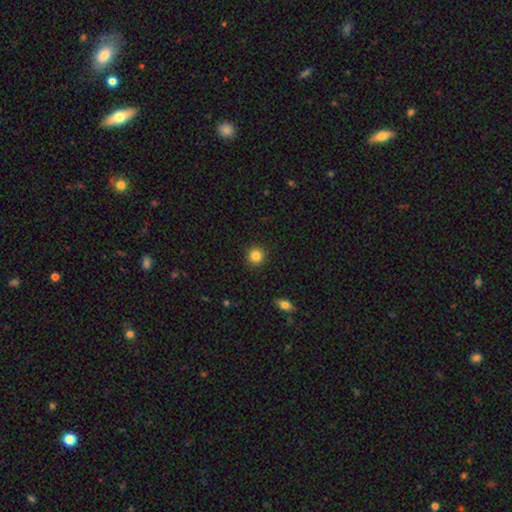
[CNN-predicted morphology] Q: Smooth or featured?
A: smooth (85%); runner-up: star or artifact (11%)
Q: How rounded?
A: round (94%); runner-up: in between (5%)
Q: Merging?
A: none (92%); runner-up: minor disturbance (5%)